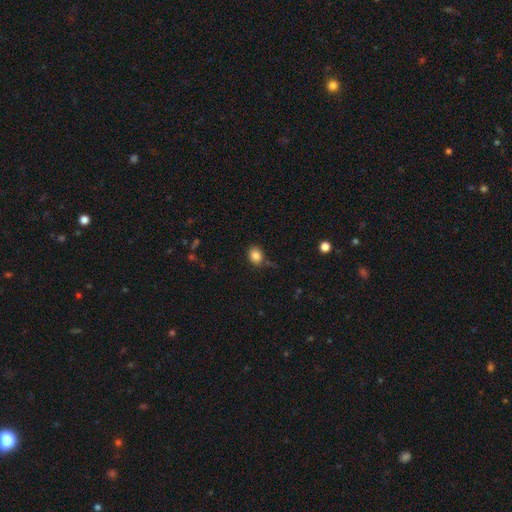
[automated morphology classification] Q: Smooth or featured?
A: smooth (84%); runner-up: star or artifact (10%)
Q: How rounded?
A: round (55%); runner-up: in between (44%)
Q: Merging?
A: none (73%); runner-up: minor disturbance (18%)